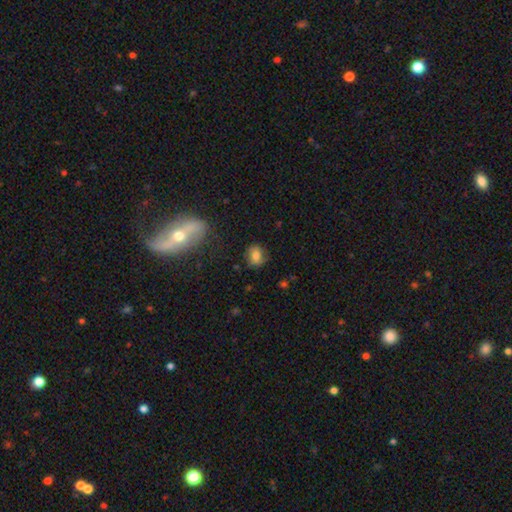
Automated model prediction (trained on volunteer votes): Morphology: type=smooth (71%); roundness=round (60%); merging=none (78%).